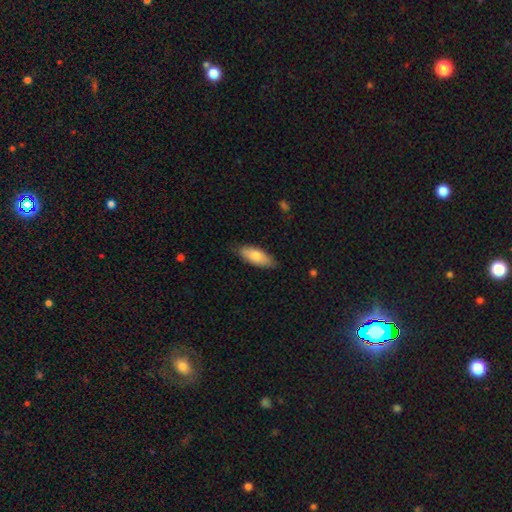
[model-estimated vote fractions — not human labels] Smooth or featured? Predicted: smooth (p=0.78). How rounded? Predicted: in between (p=0.74). Merging? Predicted: none (p=0.82).